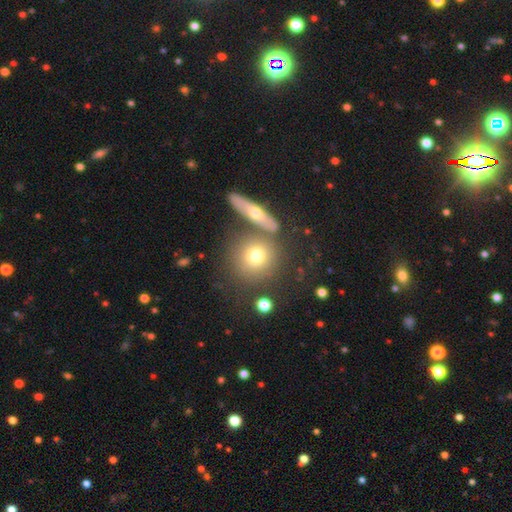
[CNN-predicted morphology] Overall: smooth (70%). How rounded: round (85%). Merging: none (67%).